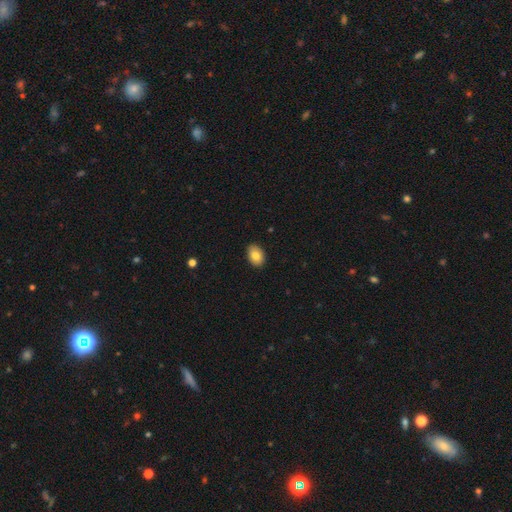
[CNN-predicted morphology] This appears to be a smooth galaxy with no disk features (81%) that is in between round and cigar-shaped (81%). Merging: none (89%).